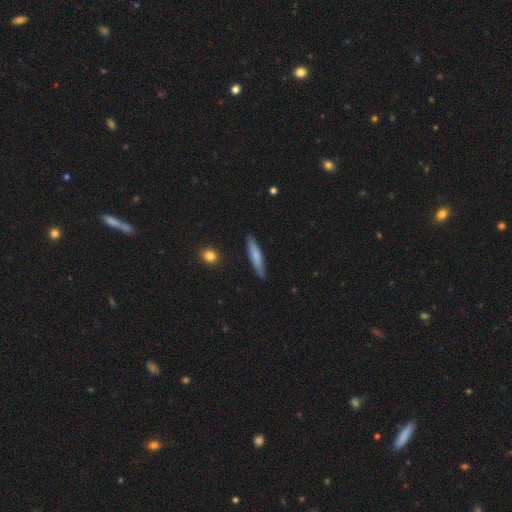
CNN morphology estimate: A smooth galaxy with no disk features (71%) that is cigar-shaped (87%). Merging: none (85%).